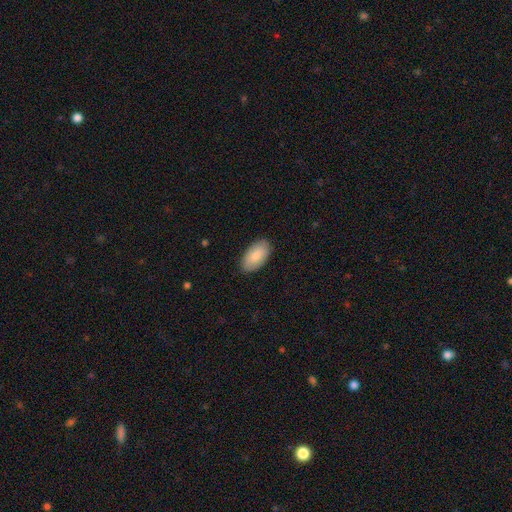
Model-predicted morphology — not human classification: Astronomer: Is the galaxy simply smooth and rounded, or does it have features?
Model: smooth — 83%.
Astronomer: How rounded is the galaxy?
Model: in between — 96%.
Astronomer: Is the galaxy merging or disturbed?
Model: none — 87%.